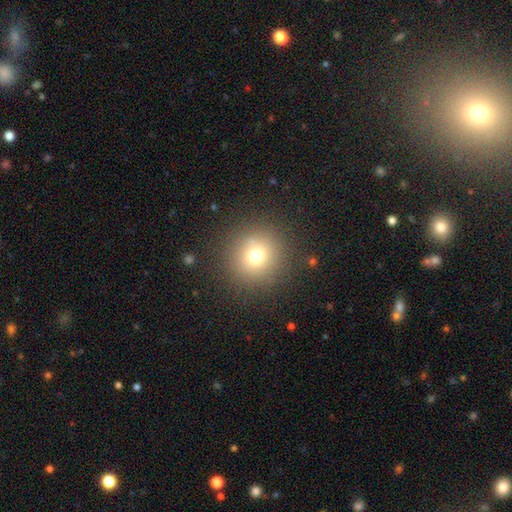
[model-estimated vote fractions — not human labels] This is likely a smooth galaxy (72%). How rounded: clearly round (93%). Merging: clearly none (87%).